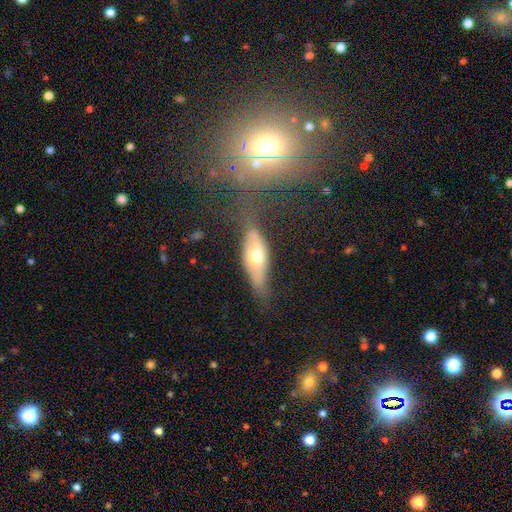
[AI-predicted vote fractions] The model was most divided on "smooth or featured": smooth: 53%, featured or disk: 40%, star or artifact: 7%. More confident: how rounded — in between (64%); merging — none (52%).